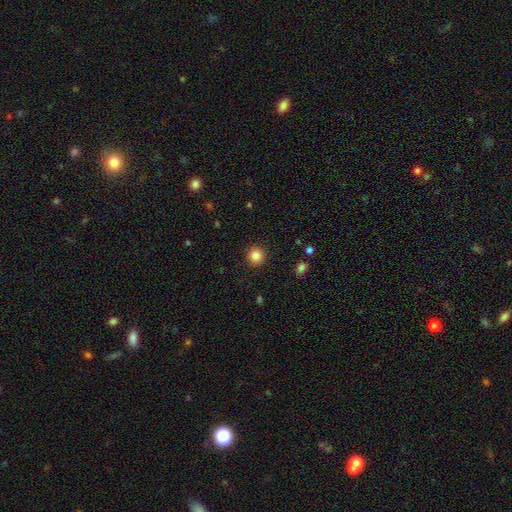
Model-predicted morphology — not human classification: smooth-or-featured: smooth: 85% | star or artifact: 11% | featured or disk: 5%
  how-rounded: round: 94% | in between: 5% | cigar-shaped: 1%
  merging: none: 91% | minor disturbance: 6% | major disturbance: 2% | merger: 1%